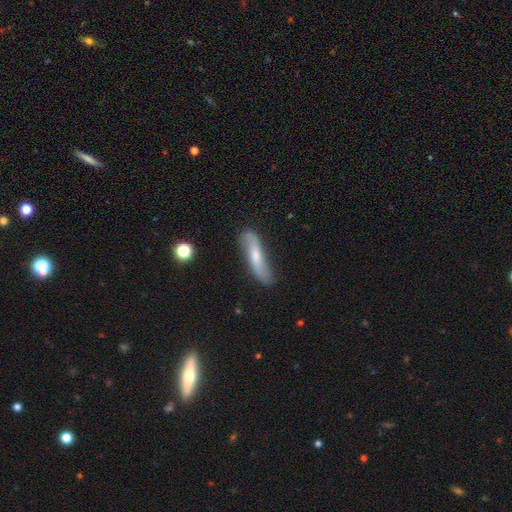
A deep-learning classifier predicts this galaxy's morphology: featured or disk 50%, smooth 43%, star or artifact 7%. Down the decision tree: edge-on disk — no (64%); merging — none (70%).